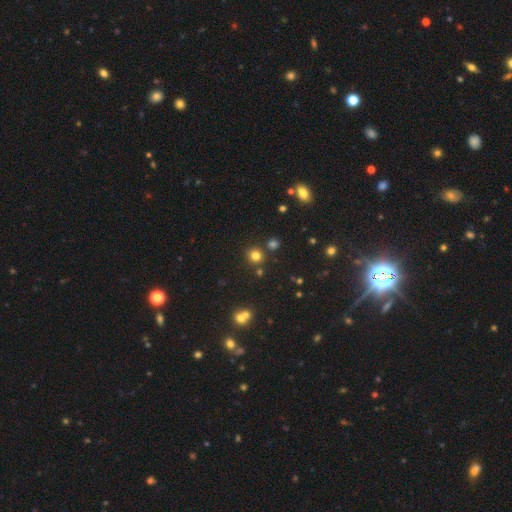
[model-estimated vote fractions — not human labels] smooth_or_featured: smooth (p=0.77) [alt: star or artifact p=0.17]
how_rounded: round (p=0.90) [alt: in between p=0.09]
merging: none (p=0.83) [alt: merger p=0.08]